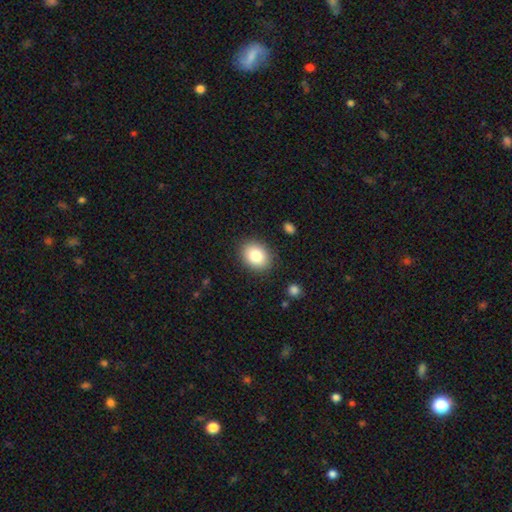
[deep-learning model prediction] Smooth or featured? smooth (83%)
How rounded? in between (56%)
Merging? none (87%)